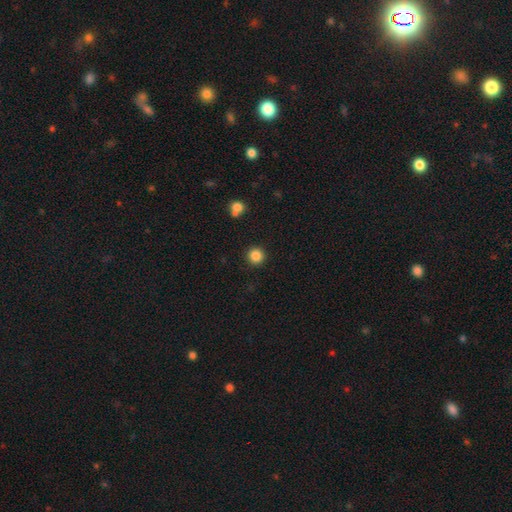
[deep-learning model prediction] Smooth or featured?
  - smooth: 86% *
  - star or artifact: 10%
  - featured or disk: 4%
How rounded?
  - round: 95% *
  - in between: 4%
  - cigar-shaped: 1%
Merging?
  - none: 91% *
  - minor disturbance: 5%
  - merger: 2%
  - major disturbance: 2%